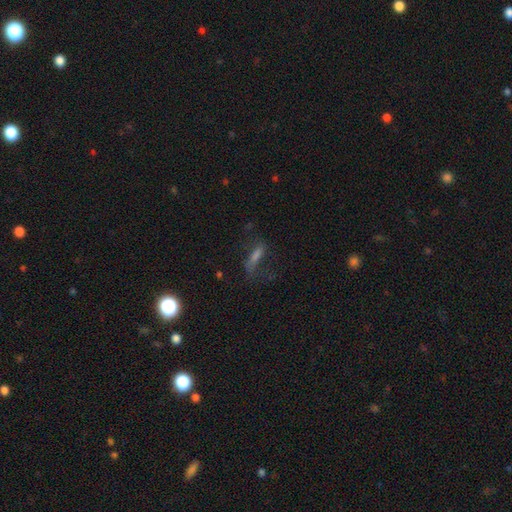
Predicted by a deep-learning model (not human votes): This appears to be a smooth galaxy with no disk features (43%). Merging: none (55%).